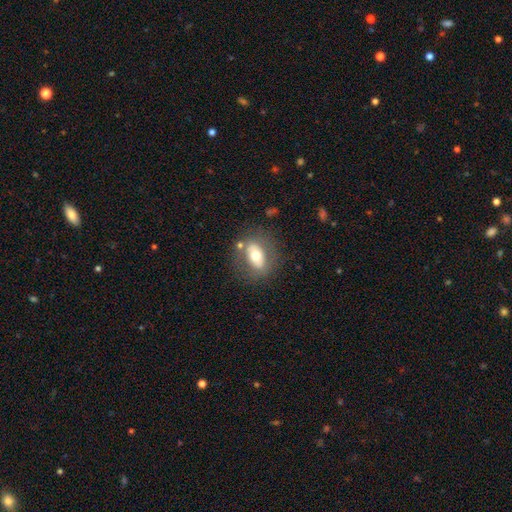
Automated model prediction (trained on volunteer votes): Smooth or featured? smooth (54%)
How rounded? in between (77%)
Merging? none (70%)